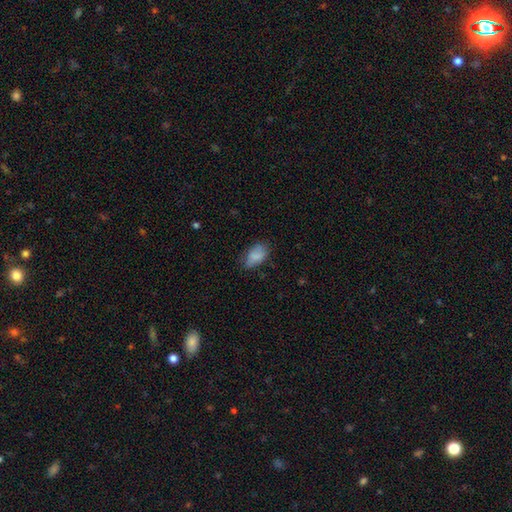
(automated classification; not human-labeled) This appears to be a smooth galaxy with no disk features (82%) that is in between round and cigar-shaped (91%). Merging: none (62%).